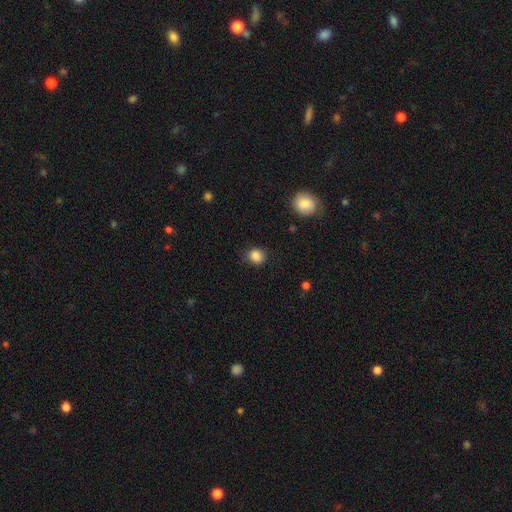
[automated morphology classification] Smooth or featured? smooth (86%)
How rounded? round (78%)
Merging? none (84%)